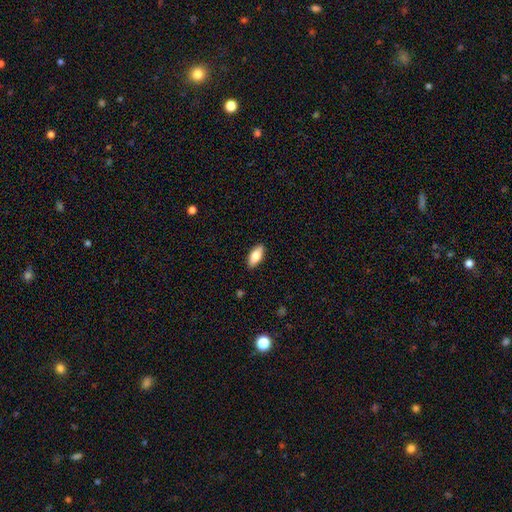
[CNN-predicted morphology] Overall: smooth (79%). How rounded: in between (85%). Merging: none (88%).